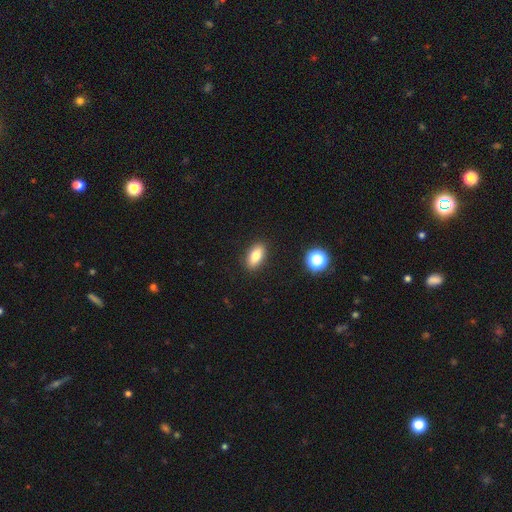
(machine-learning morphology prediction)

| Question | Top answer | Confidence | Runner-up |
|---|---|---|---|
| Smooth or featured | smooth | 79% | featured or disk (13%) |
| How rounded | in between | 84% | cigar-shaped (10%) |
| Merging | none | 90% | minor disturbance (7%) |